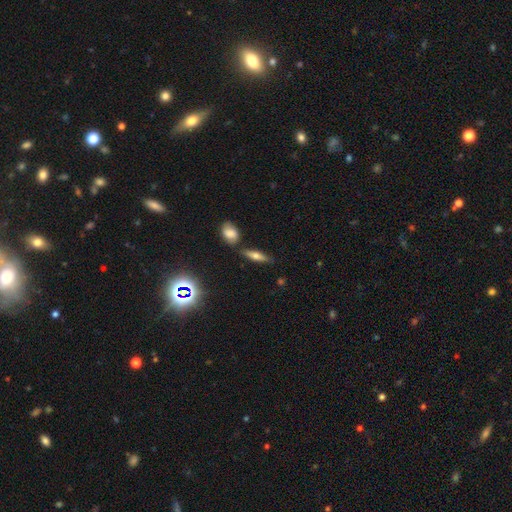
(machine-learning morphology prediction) smooth-or-featured: smooth: 51% | featured or disk: 37% | star or artifact: 12%
  how-rounded: cigar-shaped: 59% | in between: 37% | round: 4%
  merging: none: 78% | minor disturbance: 12% | merger: 7% | major disturbance: 3%